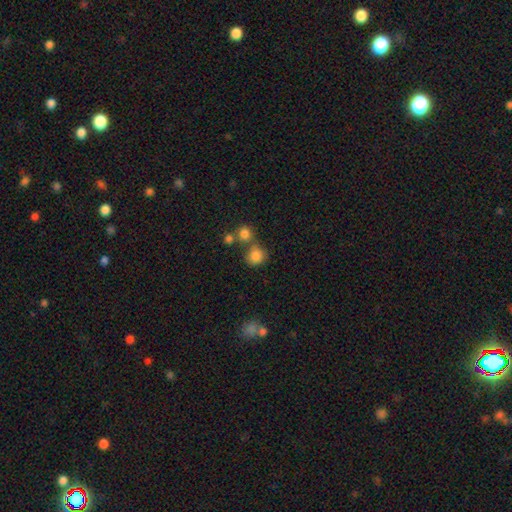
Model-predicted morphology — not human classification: This appears to be a smooth galaxy with no disk features (81%) that is round (80%). Merging: none (59%).